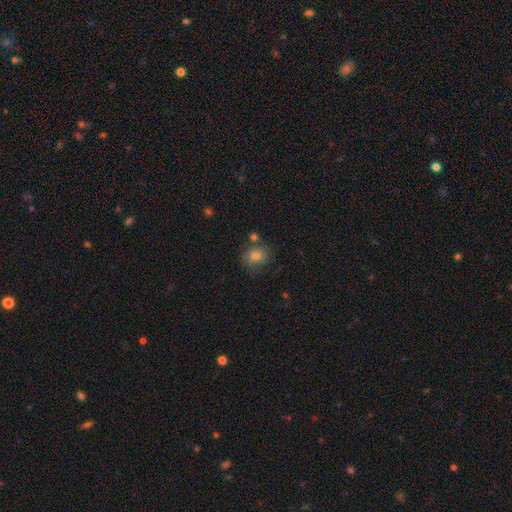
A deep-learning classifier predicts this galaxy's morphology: A smooth galaxy with no disk features (70%) that is round (76%).

Vote fractions:
- Smooth or featured? smooth: 70% / featured or disk: 17% / star or artifact: 13%
- How rounded? round: 76% / in between: 23% / cigar-shaped: 1%
- Merging? none: 65% / minor disturbance: 19% / merger: 8% / major disturbance: 8%